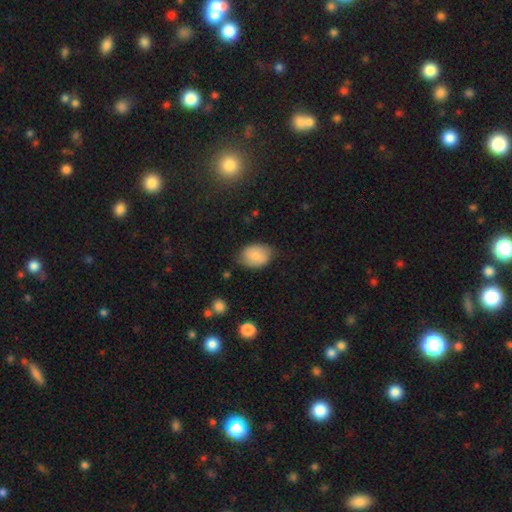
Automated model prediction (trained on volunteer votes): Smooth or featured?
  - smooth: 82% *
  - featured or disk: 11%
  - star or artifact: 7%
How rounded?
  - in between: 68% *
  - round: 31%
  - cigar-shaped: 1%
Merging?
  - none: 71% *
  - minor disturbance: 23%
  - major disturbance: 5%
  - merger: 2%